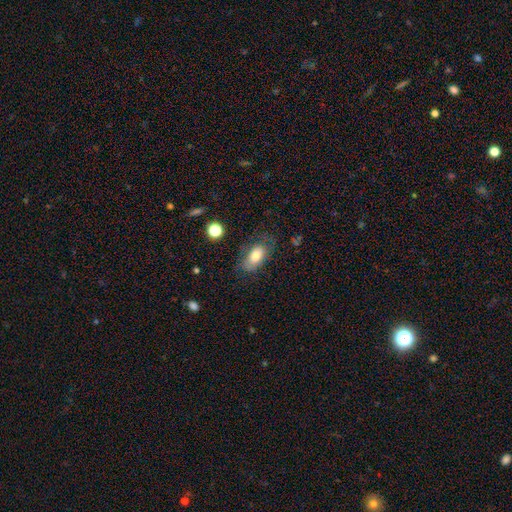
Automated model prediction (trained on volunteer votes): A smooth galaxy with no disk features (73%) that is in between round and cigar-shaped (90%).

Vote fractions:
- Smooth or featured? smooth: 73% / featured or disk: 18% / star or artifact: 8%
- How rounded? in between: 90% / round: 6% / cigar-shaped: 3%
- Merging? none: 63% / minor disturbance: 23% / major disturbance: 11% / merger: 2%